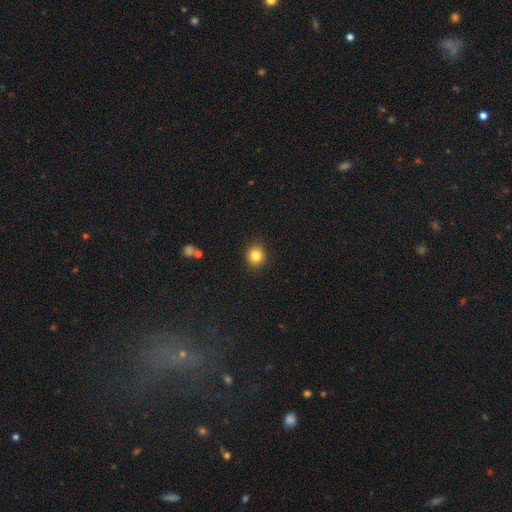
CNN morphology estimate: Smooth or featured: smooth — 83% (star or artifact — 10%)
How rounded: round — 87% (in between — 12%)
Merging: none — 90% (minor disturbance — 7%)